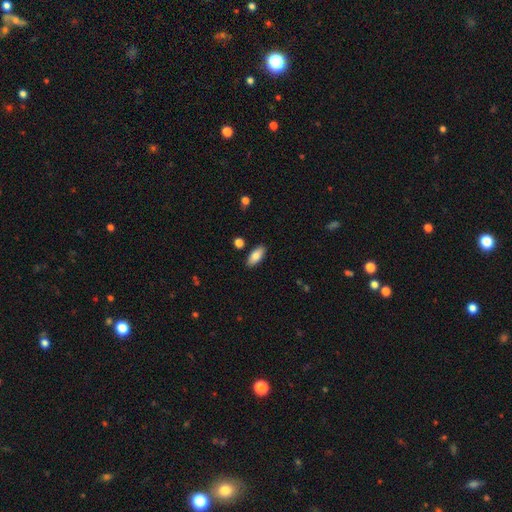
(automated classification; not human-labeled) A smooth galaxy with no disk features (81%) that is in between round and cigar-shaped (84%). Merging: none (87%).